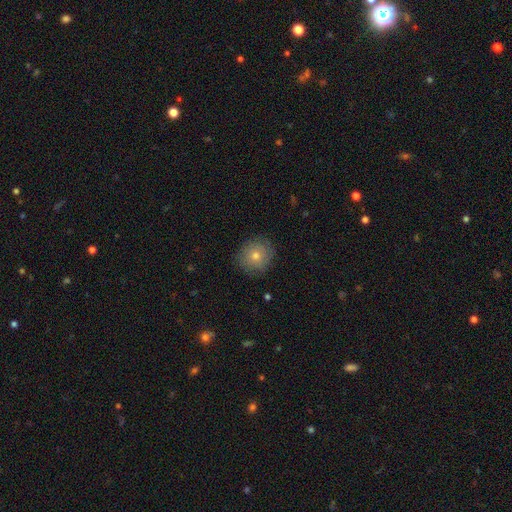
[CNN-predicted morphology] This is likely a smooth galaxy (69%). How rounded: clearly round (91%). Merging: clearly none (86%).